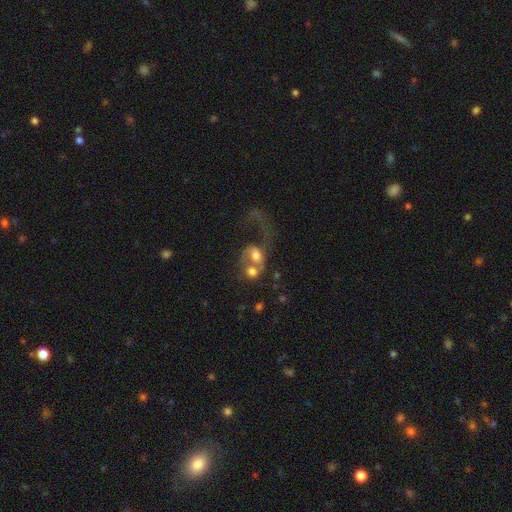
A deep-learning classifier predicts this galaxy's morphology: Overall: smooth (49%; featured or disk 41%). Merging: merger (65%).